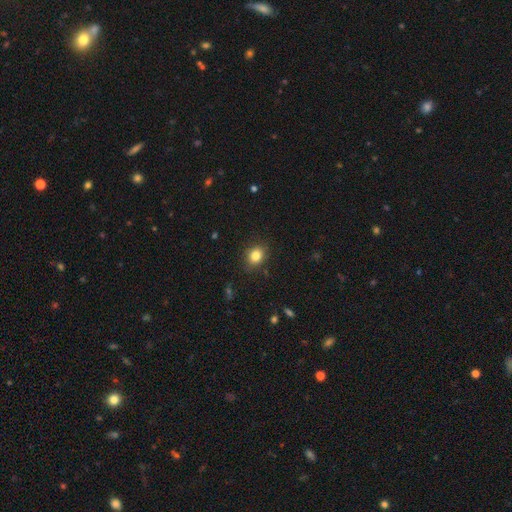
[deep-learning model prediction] A smooth galaxy with no disk features (83%) that is round (58%). Merging: none (87%).